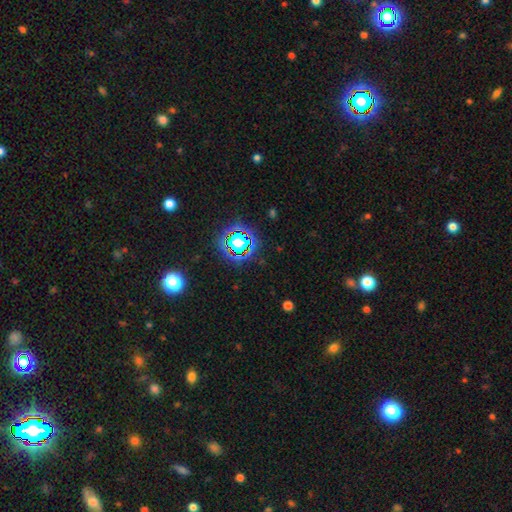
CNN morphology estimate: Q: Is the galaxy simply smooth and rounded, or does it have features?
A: star or artifact — 76%.